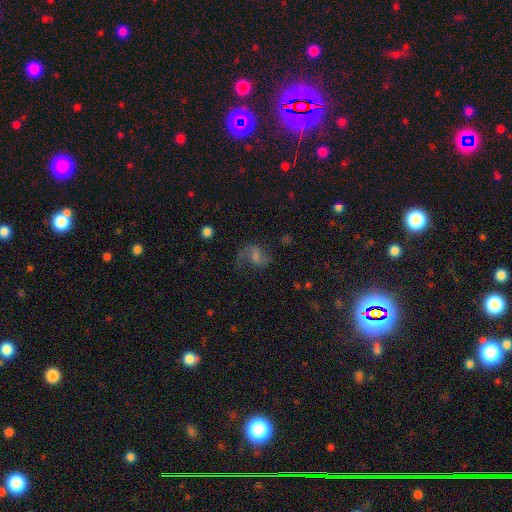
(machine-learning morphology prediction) Q: Smooth or featured?
A: featured or disk (63%); runner-up: smooth (19%)
Q: Edge-on disk?
A: no (97%); runner-up: yes (3%)
Q: Bar?
A: weak (47%); runner-up: no (40%)
Q: Spiral arms?
A: yes (91%); runner-up: no (9%)
Q: Spiral winding?
A: loose (54%); runner-up: medium (38%)
Q: Spiral arm count?
A: 2 (74%); runner-up: 1 (17%)
Q: Bulge size?
A: moderate (34%); runner-up: small (32%)
Q: Merging?
A: none (58%); runner-up: major disturbance (22%)